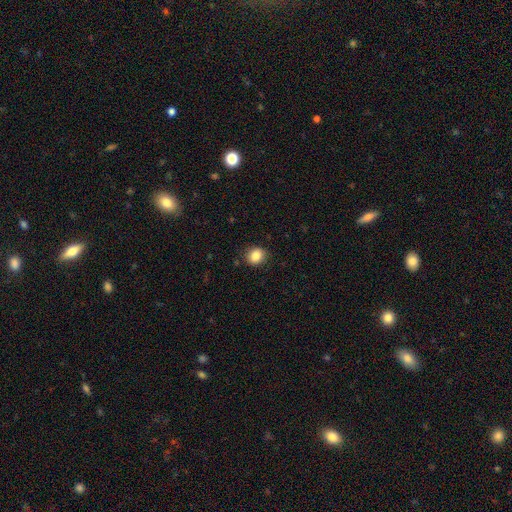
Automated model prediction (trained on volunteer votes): A smooth galaxy with no disk features (85%) that is round (70%). Merging: none (86%).